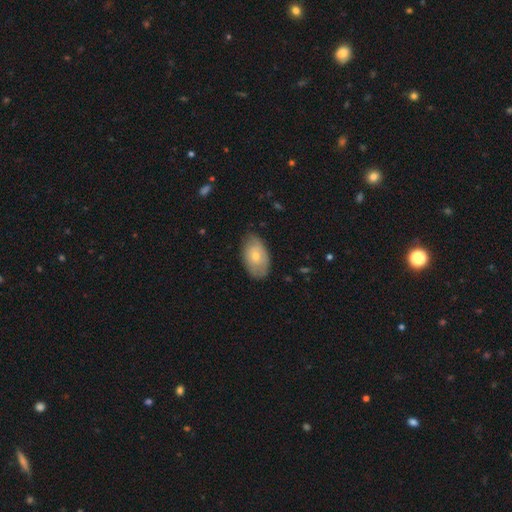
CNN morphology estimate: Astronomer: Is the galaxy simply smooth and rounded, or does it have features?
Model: smooth — 65%.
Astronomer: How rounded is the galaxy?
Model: in between — 91%.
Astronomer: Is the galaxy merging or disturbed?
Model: none — 73%.